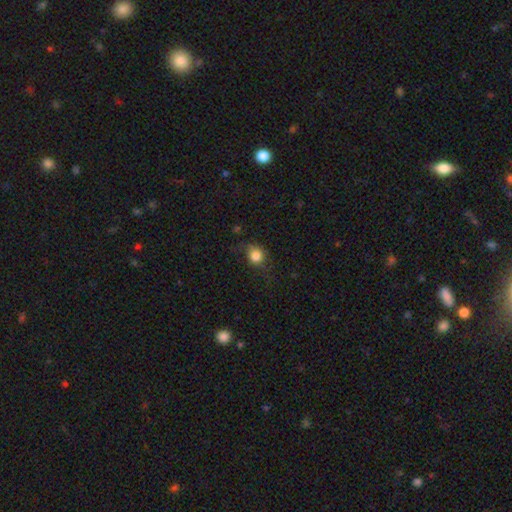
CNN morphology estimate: Smooth or featured? smooth (81%)
How rounded? round (76%)
Merging? none (61%)